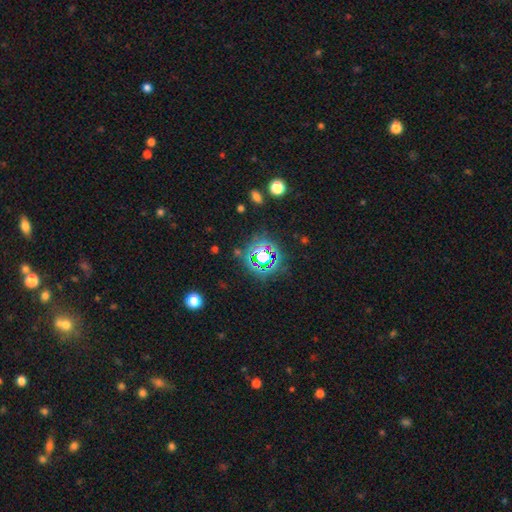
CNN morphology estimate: A star or artifact, not a galaxy (66%).